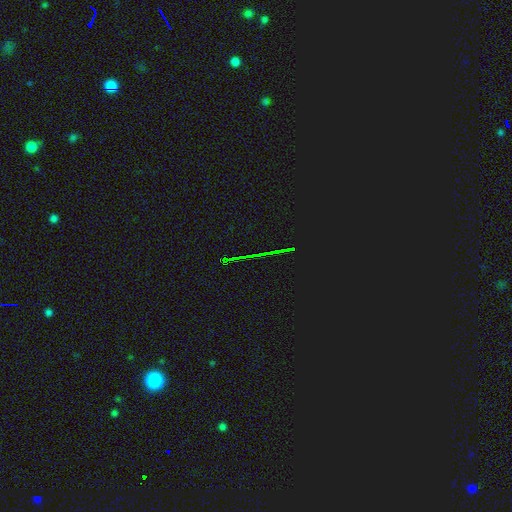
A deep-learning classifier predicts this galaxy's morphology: Smooth or featured? star or artifact (81%)